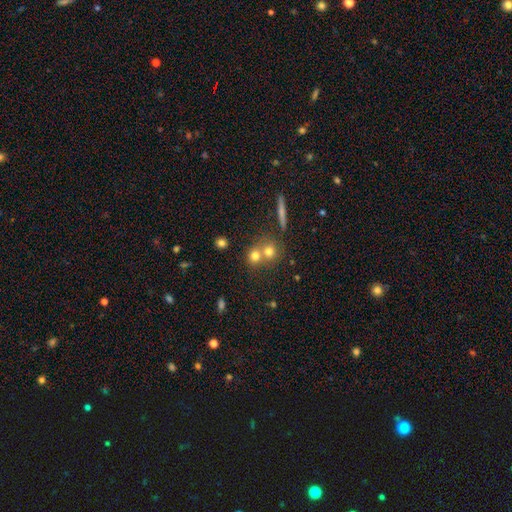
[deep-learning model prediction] smooth 71%, featured or disk 15%, star or artifact 14%. Down the decision tree: how rounded — round (83%); merging — merger (48%).